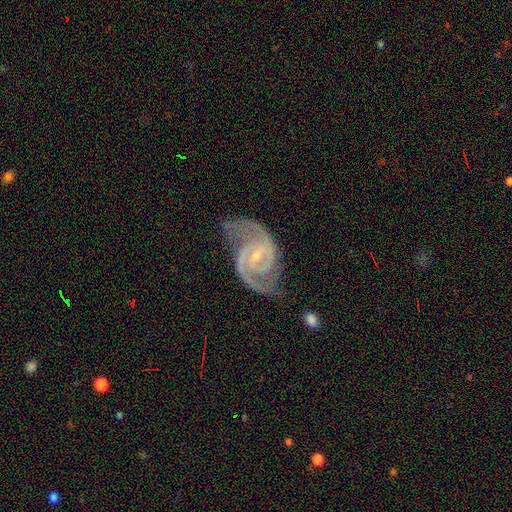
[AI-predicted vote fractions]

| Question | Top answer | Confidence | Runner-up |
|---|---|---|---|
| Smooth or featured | featured or disk | 93% | star or artifact (4%) |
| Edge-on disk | no | 98% | yes (2%) |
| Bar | weak | 48% | no (32%) |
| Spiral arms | yes | 98% | no (2%) |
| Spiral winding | medium | 54% | tight (36%) |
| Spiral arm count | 2 | 91% | 3 (3%) |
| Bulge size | small | 72% | moderate (21%) |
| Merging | none | 69% | minor disturbance (20%) |